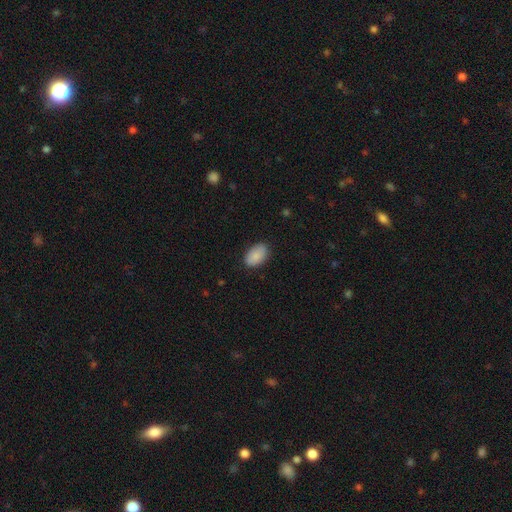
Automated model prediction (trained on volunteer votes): smooth 86%, featured or disk 7%, star or artifact 7%. Down the decision tree: how rounded — in between (91%); merging — none (85%).